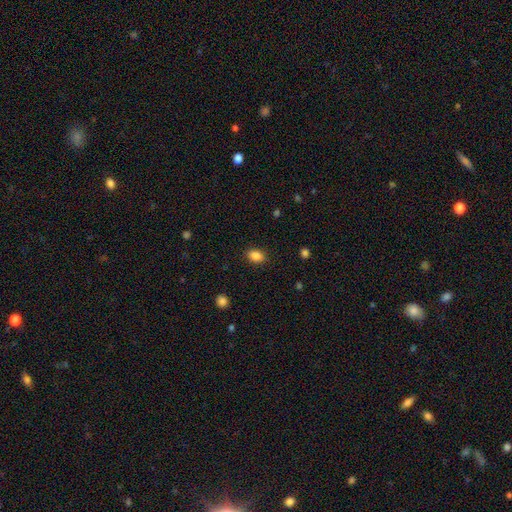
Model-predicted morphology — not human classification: Q: Smooth or featured?
A: smooth (87%); runner-up: star or artifact (9%)
Q: How rounded?
A: in between (76%); runner-up: round (23%)
Q: Merging?
A: none (87%); runner-up: minor disturbance (10%)